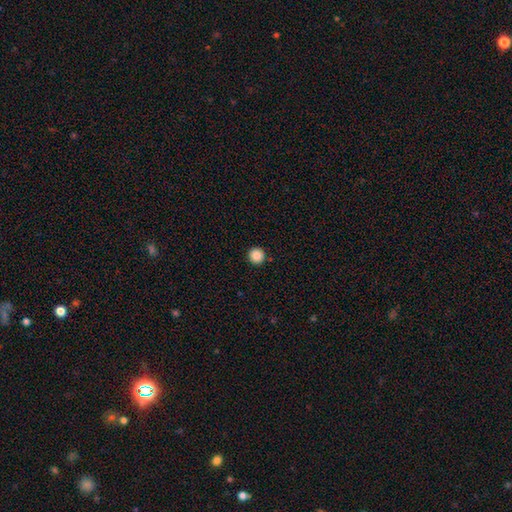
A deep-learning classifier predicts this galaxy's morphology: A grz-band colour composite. It shows a smooth galaxy with no disk features (87%) that is round (97%). Merging: none (93%).